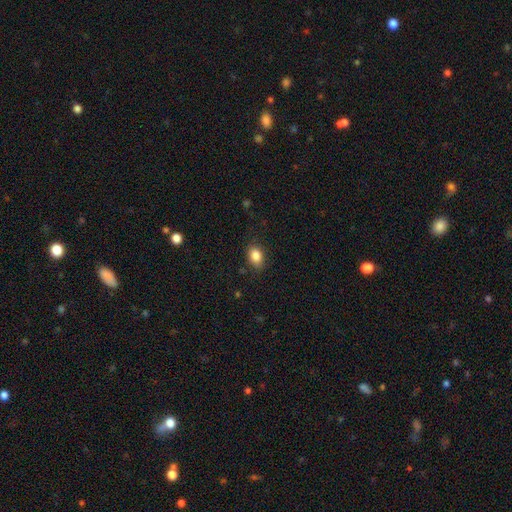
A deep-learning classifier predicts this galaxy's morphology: This appears to be a smooth galaxy with no disk features (86%) that is in between round and cigar-shaped (72%). Merging: none (80%).